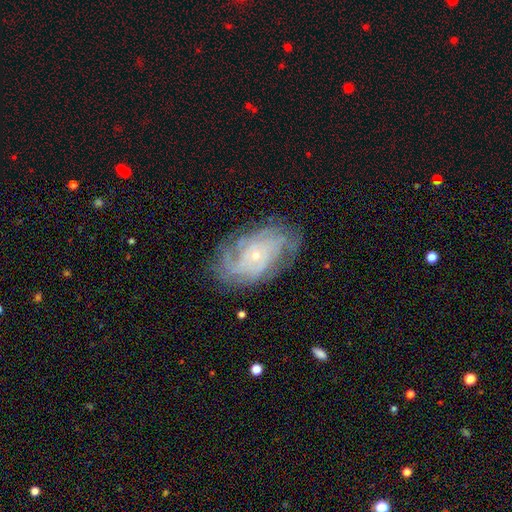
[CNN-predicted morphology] The model was most divided on "spiral arm count": can't tell: 39%, 4: 17%, 3: 14%, 2: 13%, more than 4: 10%, 1: 6%. More confident: edge-on disk — no (96%); spiral arms — yes (93%); bulge size — small (83%); smooth or featured — featured or disk (82%); bar — no (79%); merging — none (73%); spiral winding — tight (64%).